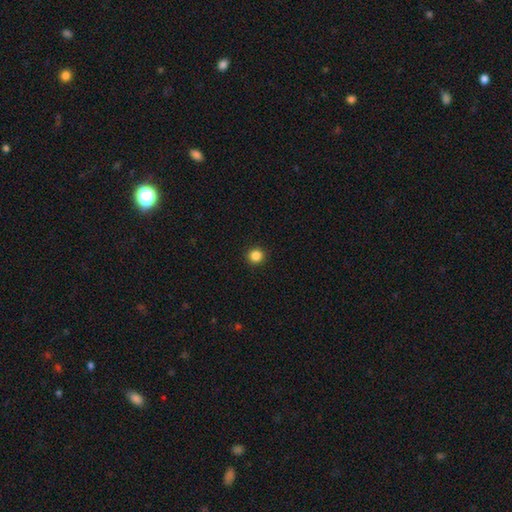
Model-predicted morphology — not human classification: This appears to be a smooth galaxy with no disk features (85%) that is round (94%). Merging: none (93%).